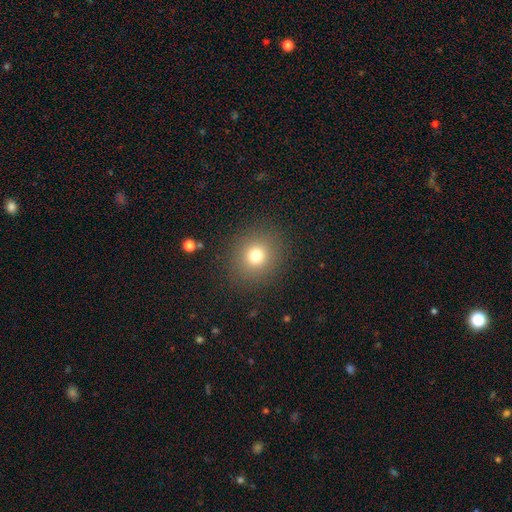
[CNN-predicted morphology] Q: Smooth or featured?
A: smooth (76%); runner-up: star or artifact (15%)
Q: How rounded?
A: round (84%); runner-up: in between (16%)
Q: Merging?
A: none (88%); runner-up: minor disturbance (7%)